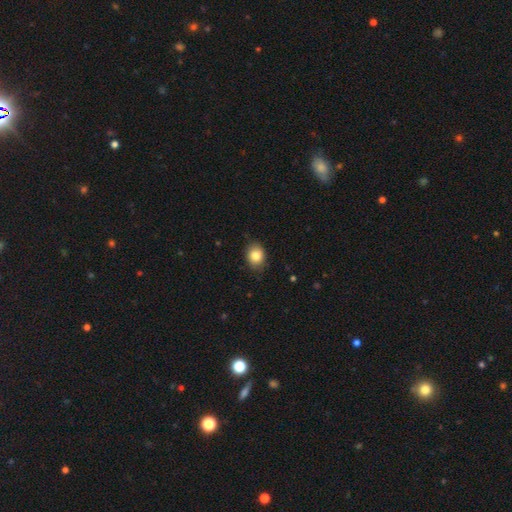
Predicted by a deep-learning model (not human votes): Morphology: type=smooth (84%); roundness=in between (52%); merging=none (81%).